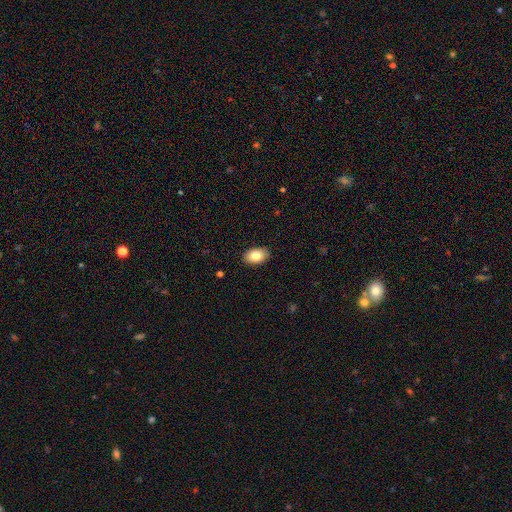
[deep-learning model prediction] A smooth galaxy with no disk features (82%) that is in between round and cigar-shaped (90%). Merging: none (89%).